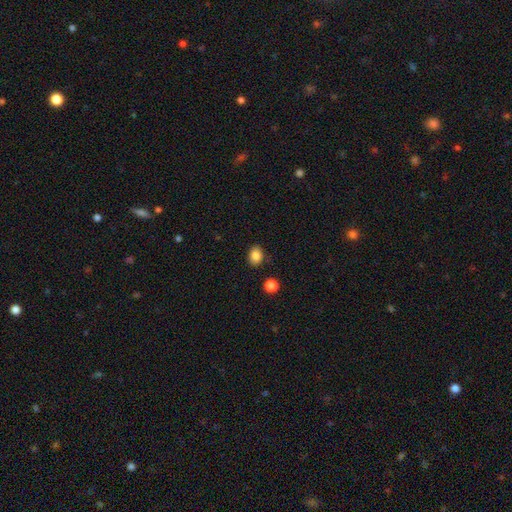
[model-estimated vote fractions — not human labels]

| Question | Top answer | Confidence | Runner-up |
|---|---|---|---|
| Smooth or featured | smooth | 86% | star or artifact (10%) |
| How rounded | in between | 60% | round (39%) |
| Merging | none | 83% | minor disturbance (11%) |